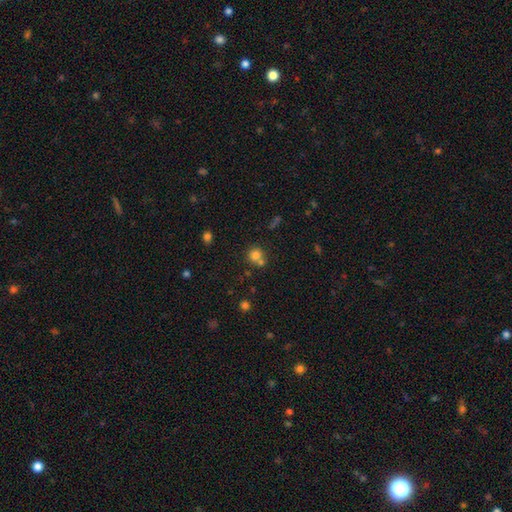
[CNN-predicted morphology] Q: Smooth or featured?
A: smooth (76%); runner-up: star or artifact (15%)
Q: How rounded?
A: round (89%); runner-up: in between (10%)
Q: Merging?
A: none (55%); runner-up: merger (34%)